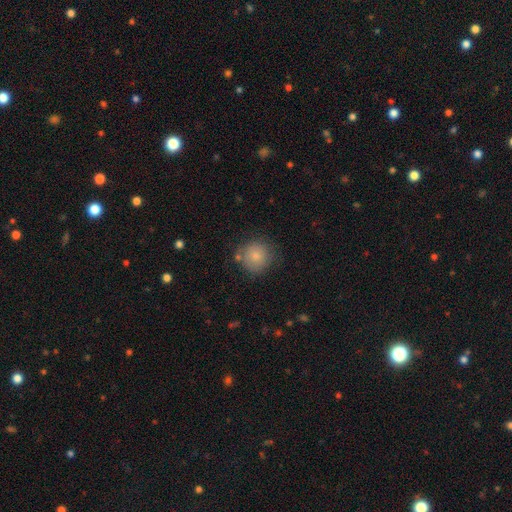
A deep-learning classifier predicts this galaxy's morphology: Overall: smooth (81%). How rounded: round (93%). Merging: none (74%).